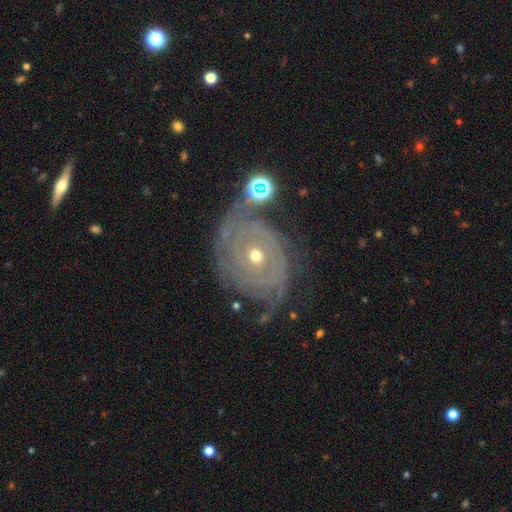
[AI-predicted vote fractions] Smooth or featured: featured or disk — 85% (smooth — 8%)
Edge-on disk: no — 96% (yes — 4%)
Bar: no — 78% (weak — 16%)
Spiral arms: yes — 92% (no — 8%)
Spiral winding: tight — 82% (medium — 14%)
Spiral arm count: can't tell — 36% (2 — 23%)
Bulge size: small — 56% (moderate — 41%)
Merging: none — 67% (minor disturbance — 19%)